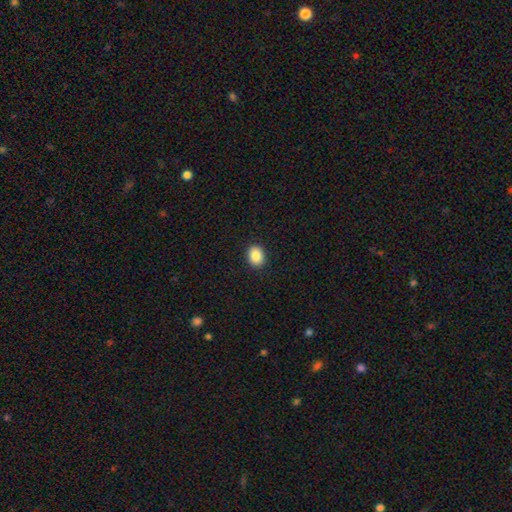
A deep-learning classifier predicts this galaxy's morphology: Smooth or featured: smooth — 88% (star or artifact — 8%)
How rounded: in between — 56% (round — 43%)
Merging: none — 90% (minor disturbance — 7%)